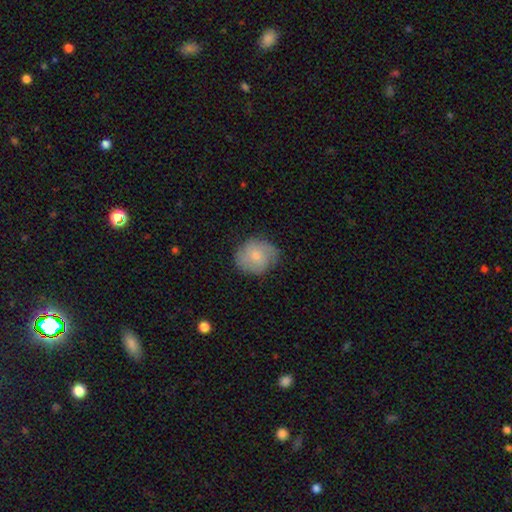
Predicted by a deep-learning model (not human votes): Smooth or featured: smooth — 65% (featured or disk — 28%)
How rounded: round — 77% (in between — 22%)
Merging: none — 68% (minor disturbance — 25%)